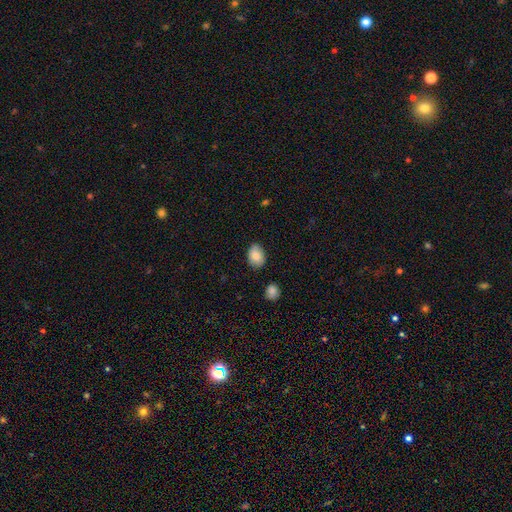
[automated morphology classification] Smooth or featured?
  - smooth: 84% *
  - featured or disk: 8%
  - star or artifact: 8%
How rounded?
  - in between: 75% *
  - round: 24%
  - cigar-shaped: 1%
Merging?
  - none: 79% *
  - minor disturbance: 16%
  - major disturbance: 3%
  - merger: 2%